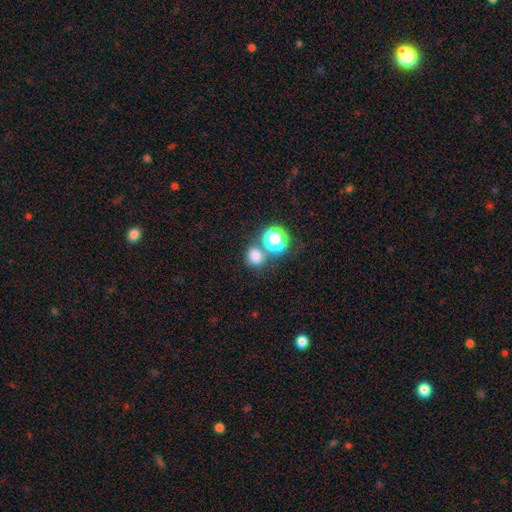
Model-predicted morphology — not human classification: A smooth galaxy with no disk features (74%) that is round (75%).

Vote fractions:
- Smooth or featured? smooth: 74% / star or artifact: 20% / featured or disk: 7%
- How rounded? round: 75% / in between: 24% / cigar-shaped: 1%
- Merging? none: 63% / merger: 24% / minor disturbance: 9% / major disturbance: 4%